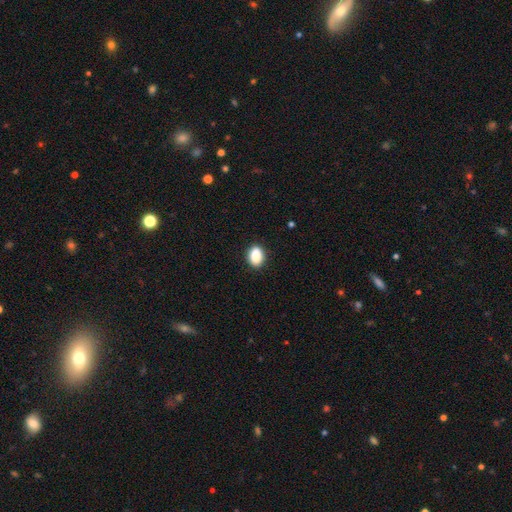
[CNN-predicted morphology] Smooth or featured?
  - smooth: 88% *
  - star or artifact: 8%
  - featured or disk: 4%
How rounded?
  - in between: 74% *
  - round: 24%
  - cigar-shaped: 1%
Merging?
  - none: 88% *
  - minor disturbance: 8%
  - major disturbance: 2%
  - merger: 1%